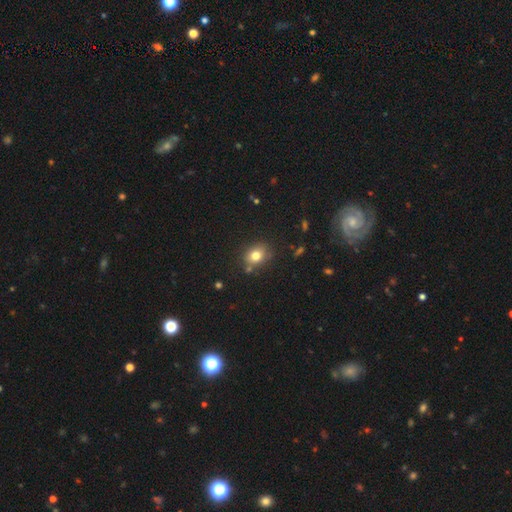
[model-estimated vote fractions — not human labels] A smooth galaxy with no disk features (78%) that is round (57%).

Vote fractions:
- Smooth or featured? smooth: 78% / star or artifact: 12% / featured or disk: 10%
- How rounded? round: 57% / in between: 42% / cigar-shaped: 1%
- Merging? none: 75% / minor disturbance: 15% / merger: 7% / major disturbance: 4%